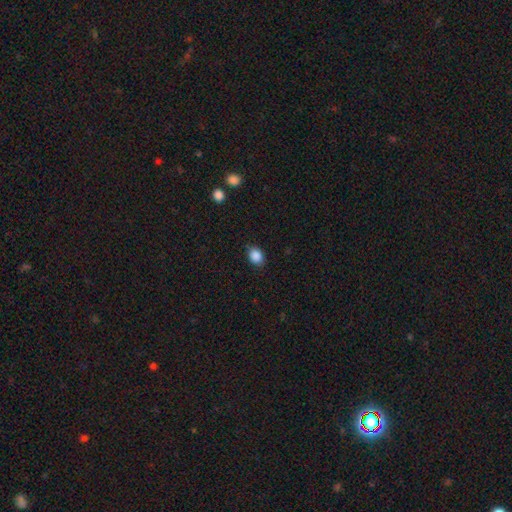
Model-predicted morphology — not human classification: type=smooth (88%); roundness=in between (58%); merging=none (83%).